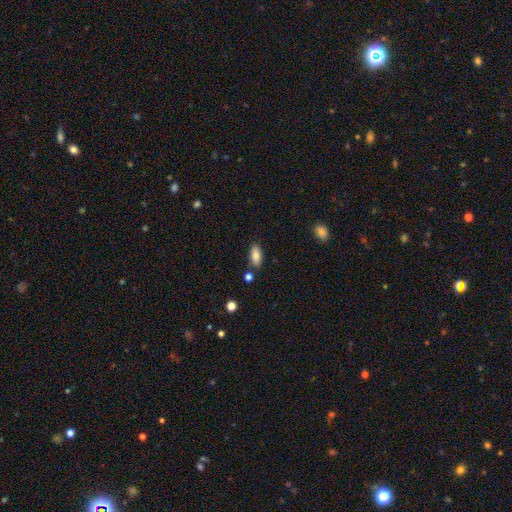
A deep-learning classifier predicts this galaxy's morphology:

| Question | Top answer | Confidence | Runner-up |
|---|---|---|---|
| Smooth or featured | smooth | 84% | featured or disk (8%) |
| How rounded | in between | 85% | cigar-shaped (13%) |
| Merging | none | 80% | minor disturbance (12%) |